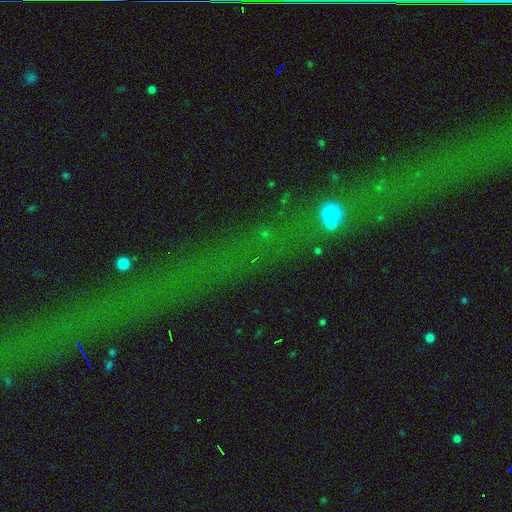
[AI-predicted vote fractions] Smooth or featured?
  - star or artifact: 72% *
  - featured or disk: 16%
  - smooth: 12%